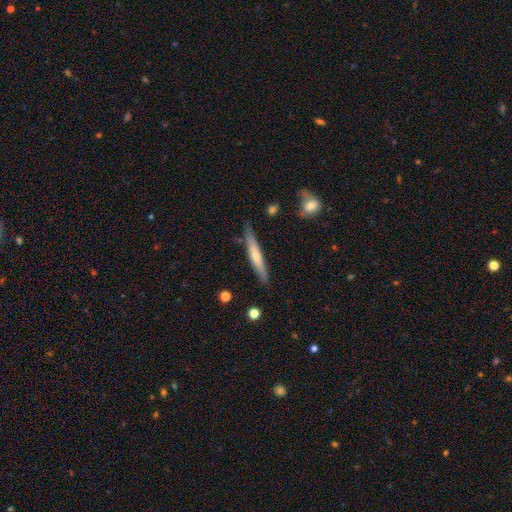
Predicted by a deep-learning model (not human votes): Smooth or featured? Predicted: smooth (p=0.57). How rounded? Predicted: cigar-shaped (p=0.94). Merging? Predicted: none (p=0.83).